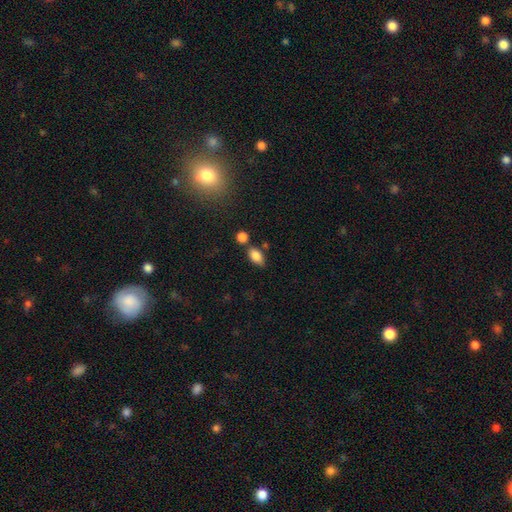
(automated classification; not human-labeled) A smooth galaxy with no disk features (85%) that is in between round and cigar-shaped (89%). Merging: none (65%).